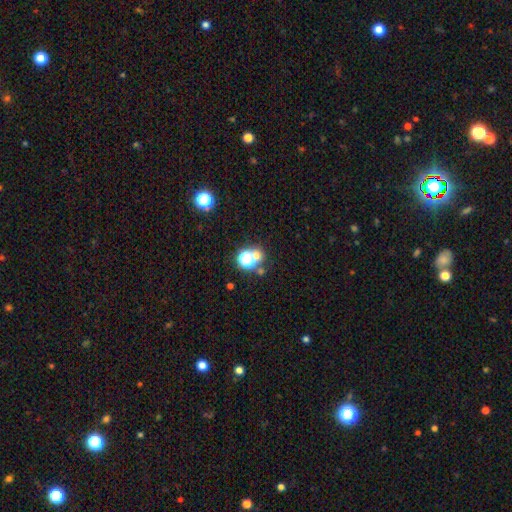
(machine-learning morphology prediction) This is possibly a smooth galaxy (49%). Merging: possibly none (60%).